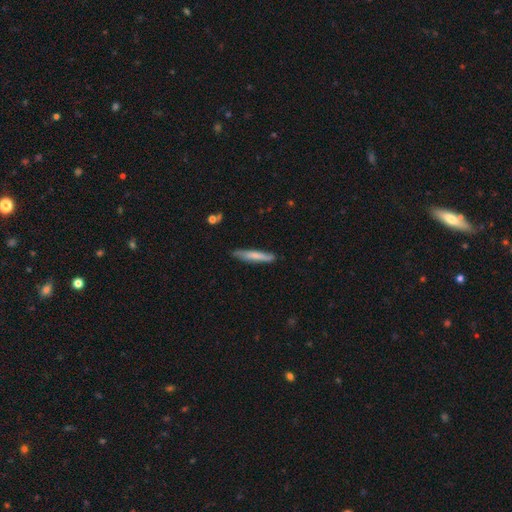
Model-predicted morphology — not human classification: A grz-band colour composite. It shows a smooth galaxy with no disk features (63%) that is cigar-shaped (91%). Merging: none (80%).